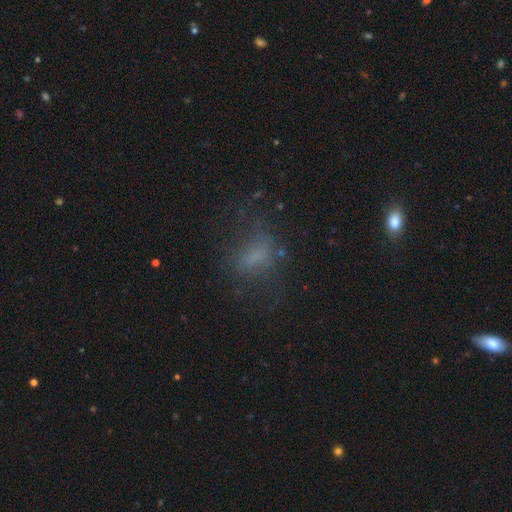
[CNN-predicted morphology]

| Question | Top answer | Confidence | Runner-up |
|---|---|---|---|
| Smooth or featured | smooth | 54% | featured or disk (24%) |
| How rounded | in between | 72% | round (21%) |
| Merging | none | 50% | major disturbance (27%) |